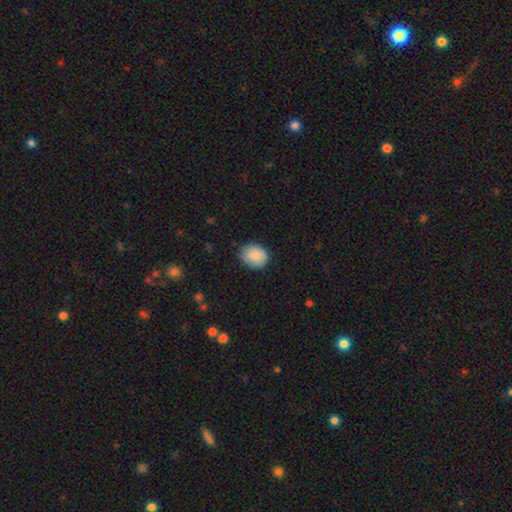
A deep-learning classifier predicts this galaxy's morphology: Smooth or featured?
  - smooth: 89% *
  - star or artifact: 7%
  - featured or disk: 4%
How rounded?
  - in between: 55% *
  - round: 44%
  - cigar-shaped: 1%
Merging?
  - none: 85% *
  - minor disturbance: 11%
  - major disturbance: 2%
  - merger: 1%